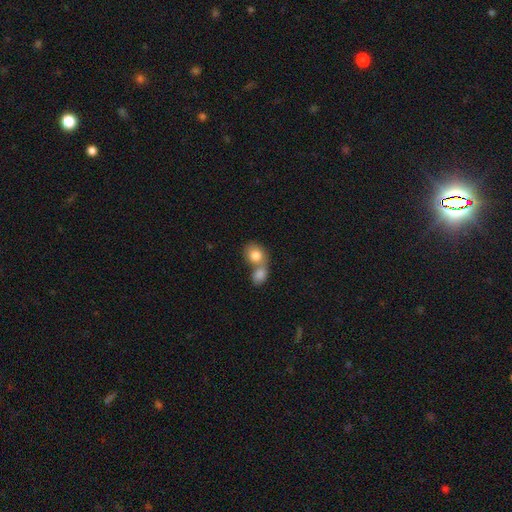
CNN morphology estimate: Smooth or featured? Predicted: smooth (p=0.82). How rounded? Predicted: round (p=0.58). Merging? Predicted: merger (p=0.64).